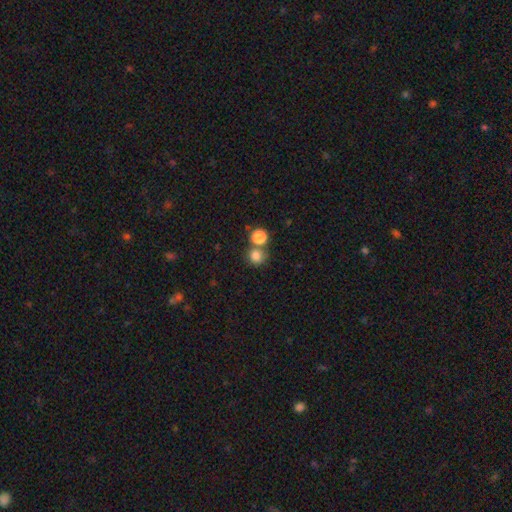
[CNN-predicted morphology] Overall: smooth (81%). How rounded: round (87%). Merging: none (58%; merger 31%).